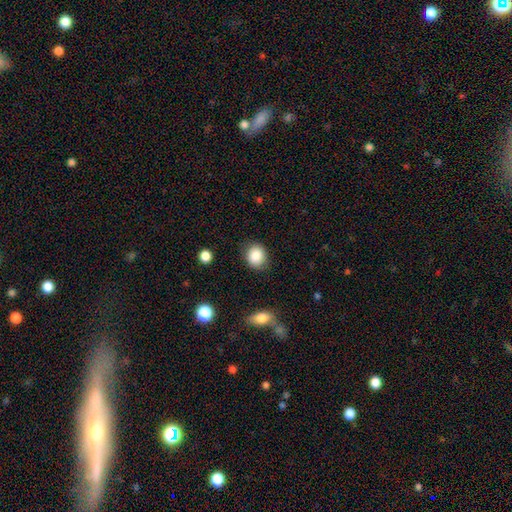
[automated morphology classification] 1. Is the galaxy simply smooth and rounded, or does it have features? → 86% smooth, 8% star or artifact, 6% featured or disk.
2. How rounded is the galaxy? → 71% round, 28% in between, 1% cigar-shaped.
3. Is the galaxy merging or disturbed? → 79% none, 15% minor disturbance, 4% major disturbance, 2% merger.